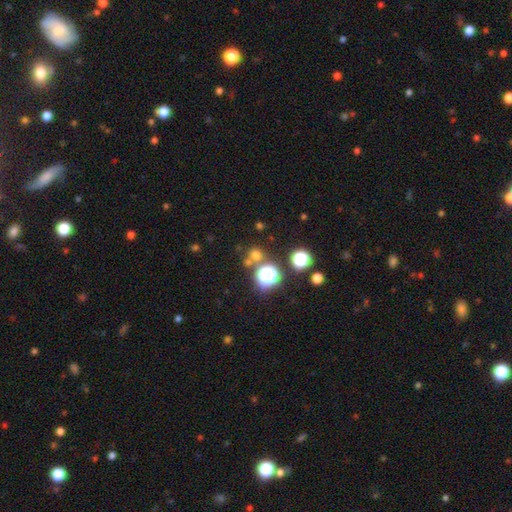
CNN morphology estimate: A smooth galaxy with no disk features (61%) that is round (88%). Merging: none (72%).